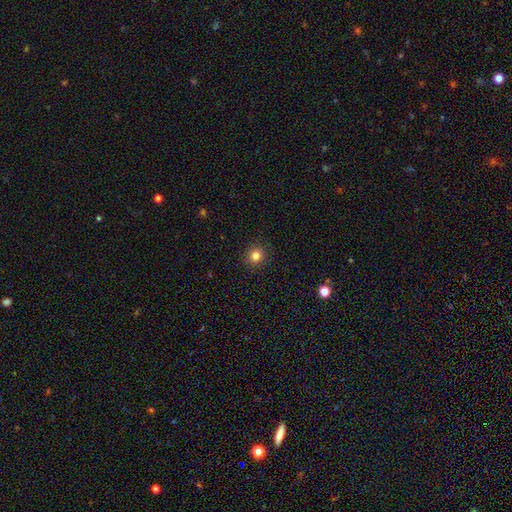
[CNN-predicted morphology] type=smooth (82%); roundness=round (89%); merging=none (91%).